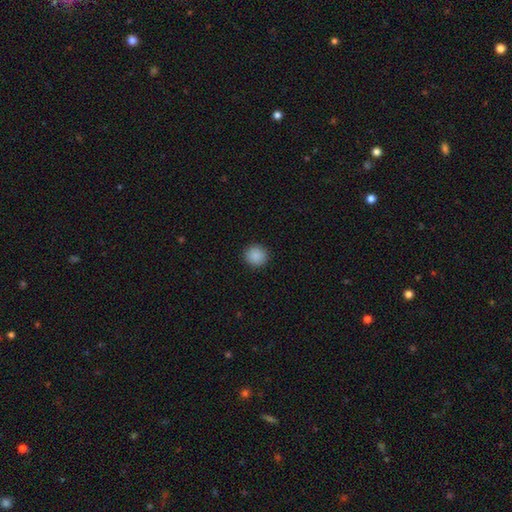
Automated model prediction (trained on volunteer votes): Smooth or featured: smooth — 89% (star or artifact — 9%)
How rounded: round — 93% (in between — 6%)
Merging: none — 93% (minor disturbance — 5%)